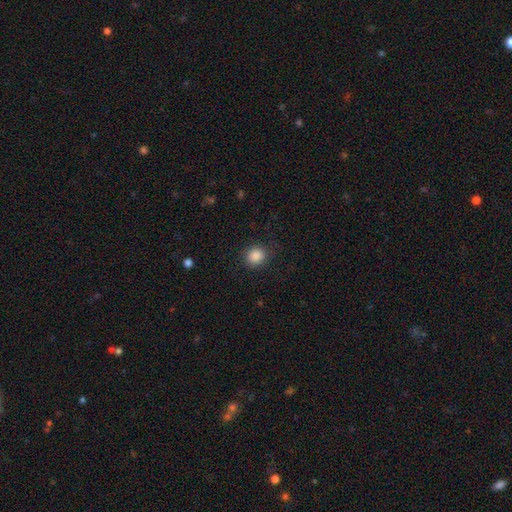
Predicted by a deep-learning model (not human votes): This is clearly a smooth galaxy (87%). How rounded: clearly round (82%). Merging: clearly none (87%).